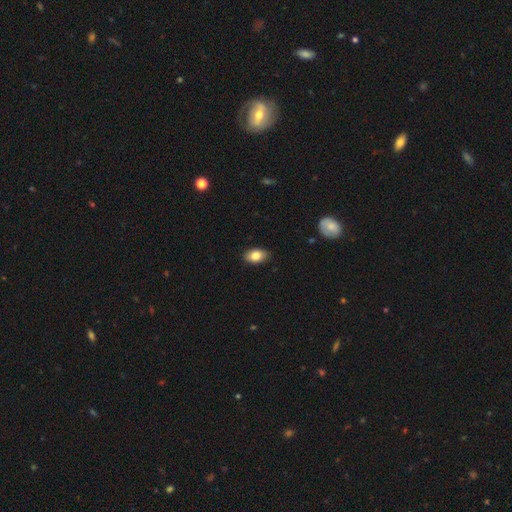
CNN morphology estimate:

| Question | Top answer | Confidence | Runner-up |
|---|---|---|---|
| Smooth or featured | smooth | 84% | featured or disk (9%) |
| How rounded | in between | 90% | round (8%) |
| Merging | none | 87% | minor disturbance (10%) |